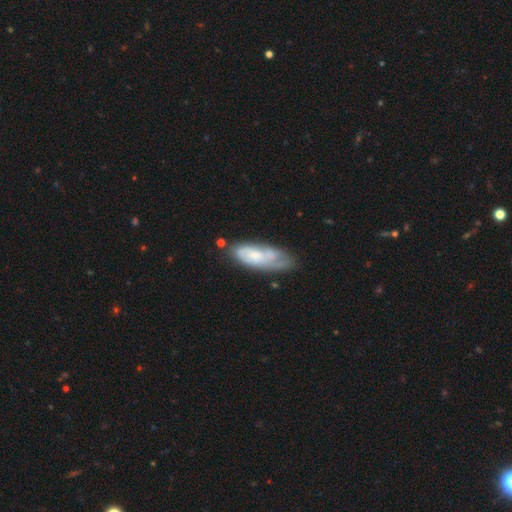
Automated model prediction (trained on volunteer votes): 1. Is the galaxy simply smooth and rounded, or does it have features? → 56% featured or disk, 38% smooth, 6% star or artifact.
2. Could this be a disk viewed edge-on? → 87% no, 13% yes.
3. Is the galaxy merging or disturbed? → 51% none, 28% minor disturbance, 14% major disturbance, 7% merger.